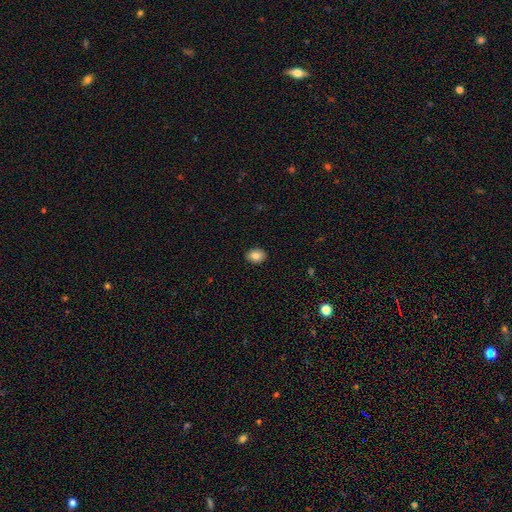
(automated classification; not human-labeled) Smooth or featured?
  - smooth: 84% *
  - star or artifact: 8%
  - featured or disk: 8%
How rounded?
  - in between: 69% *
  - round: 30%
  - cigar-shaped: 1%
Merging?
  - none: 90% *
  - minor disturbance: 8%
  - major disturbance: 2%
  - merger: 1%